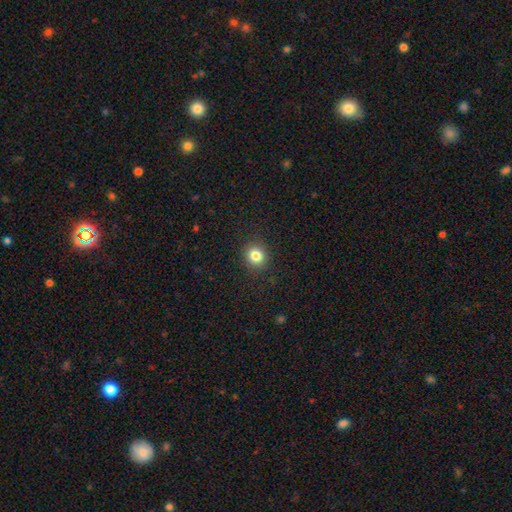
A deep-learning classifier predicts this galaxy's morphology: Smooth or featured: smooth — 82% (star or artifact — 12%)
How rounded: round — 77% (in between — 22%)
Merging: none — 90% (minor disturbance — 7%)